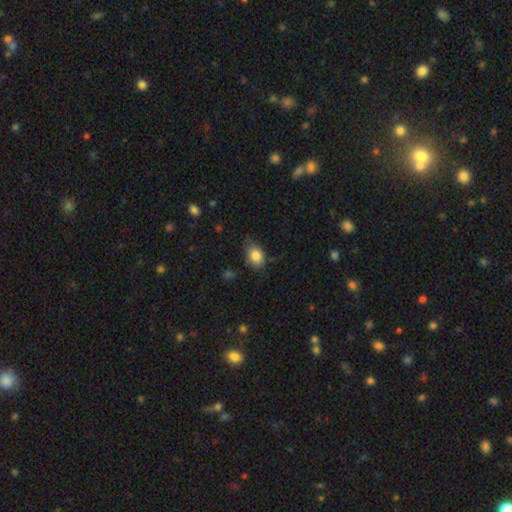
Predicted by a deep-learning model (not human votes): Overall: smooth (84%). How rounded: in between (75%). Merging: none (64%; minor disturbance 28%).